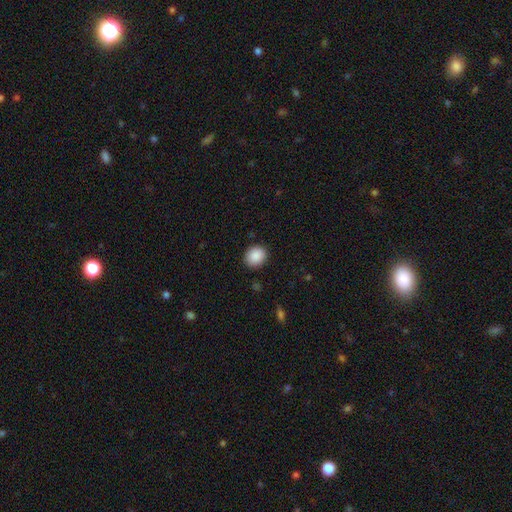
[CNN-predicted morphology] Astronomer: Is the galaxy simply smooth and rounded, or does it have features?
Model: smooth — 89%.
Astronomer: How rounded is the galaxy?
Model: round — 65%.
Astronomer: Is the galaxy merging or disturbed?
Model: none — 89%.